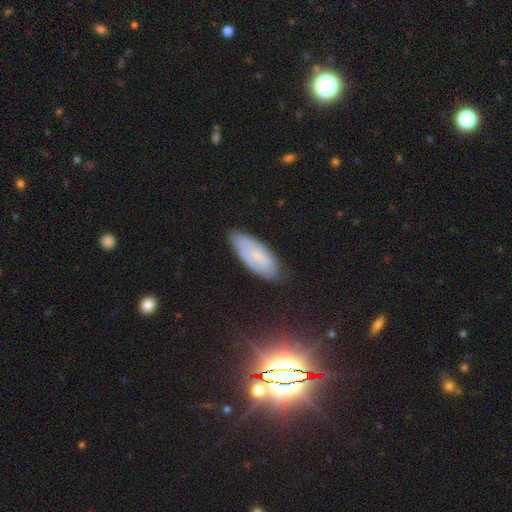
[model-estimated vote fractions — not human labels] This appears to be a smooth galaxy with no disk features (49%). Merging: none (72%).